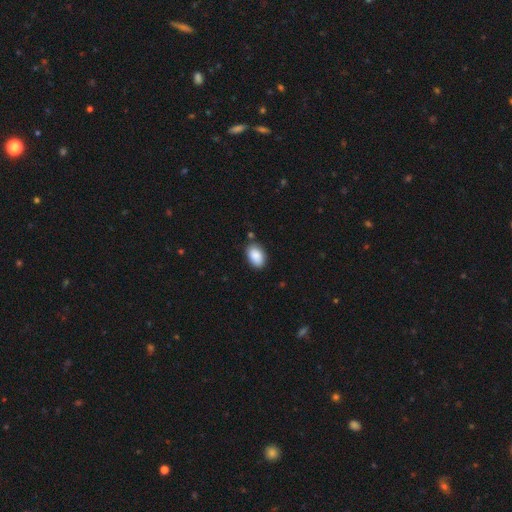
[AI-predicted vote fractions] The model was most divided on "merging": none: 81%, minor disturbance: 13%, merger: 3%, major disturbance: 3%. More confident: how rounded — in between (90%); smooth or featured — smooth (89%).